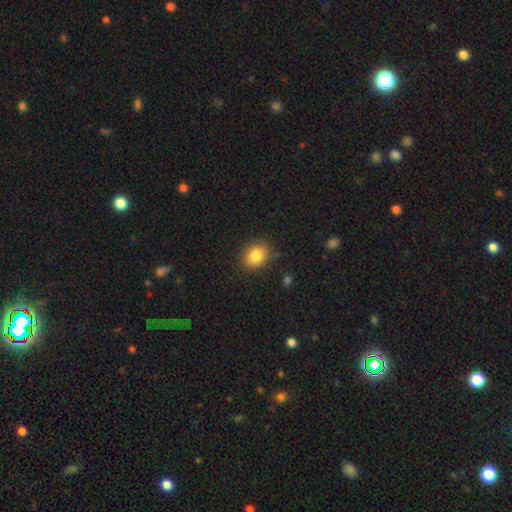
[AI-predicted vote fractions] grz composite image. It shows a smooth galaxy with no disk features (83%) that is round (53%). Merging: none (85%).